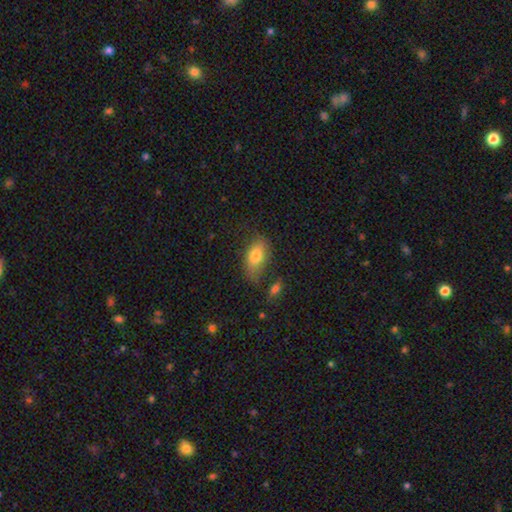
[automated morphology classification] type=smooth (76%); roundness=in between (89%); merging=none (61%).